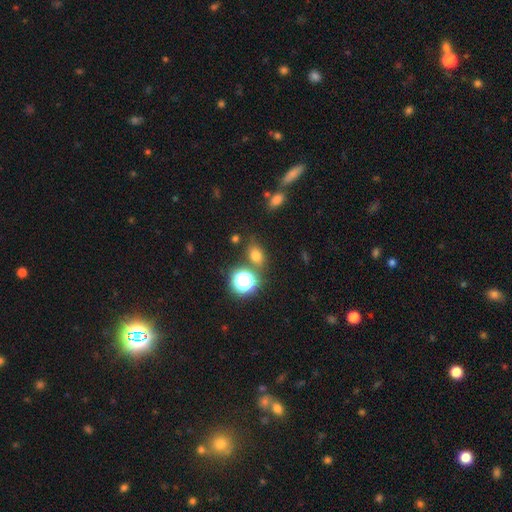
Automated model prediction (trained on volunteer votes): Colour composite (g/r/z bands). It shows a smooth galaxy with no disk features (70%) that is in between round and cigar-shaped (58%). Merging: none (73%).